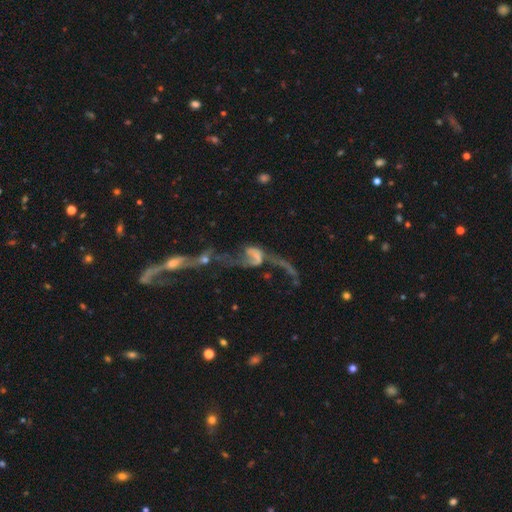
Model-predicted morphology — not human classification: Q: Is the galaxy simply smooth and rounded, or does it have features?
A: featured or disk — 64%.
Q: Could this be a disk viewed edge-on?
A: no — 93%.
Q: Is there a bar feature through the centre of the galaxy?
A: no — 60%.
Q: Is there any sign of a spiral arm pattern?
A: yes — 59%.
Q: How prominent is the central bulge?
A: none — 59%.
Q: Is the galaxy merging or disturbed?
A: merger — 47%.